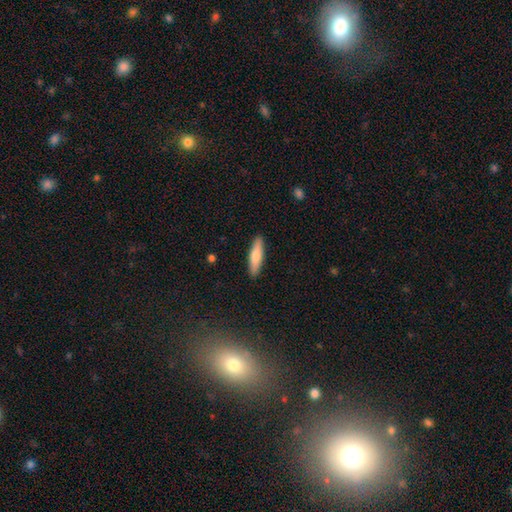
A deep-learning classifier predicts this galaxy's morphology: Smooth or featured? smooth (75%)
How rounded? cigar-shaped (73%)
Merging? none (90%)